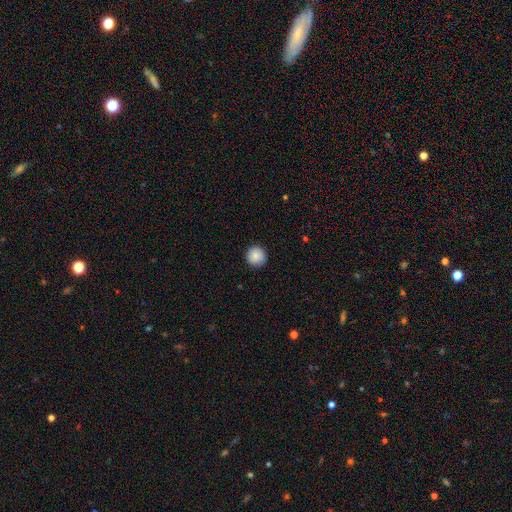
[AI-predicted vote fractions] This appears to be a smooth galaxy with no disk features (87%) that is round (96%). Merging: none (92%).